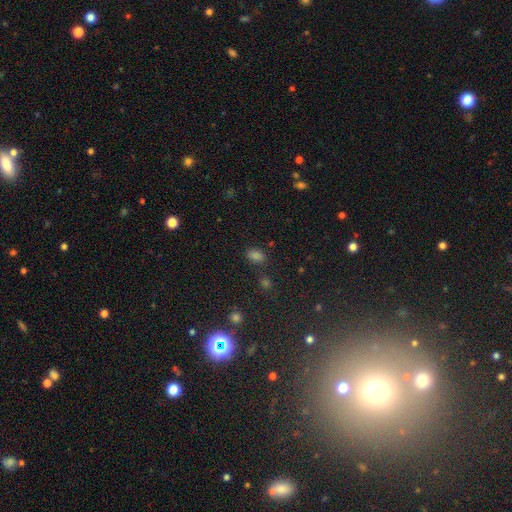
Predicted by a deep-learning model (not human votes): A smooth galaxy with no disk features (71%) that is in between round and cigar-shaped (85%). Merging: none (77%).